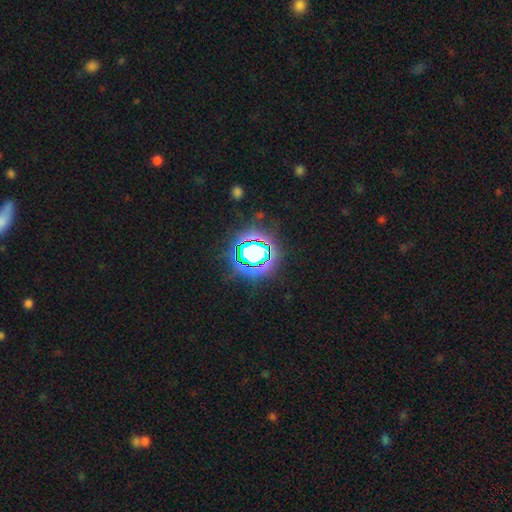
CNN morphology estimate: Smooth or featured? star or artifact (67%)